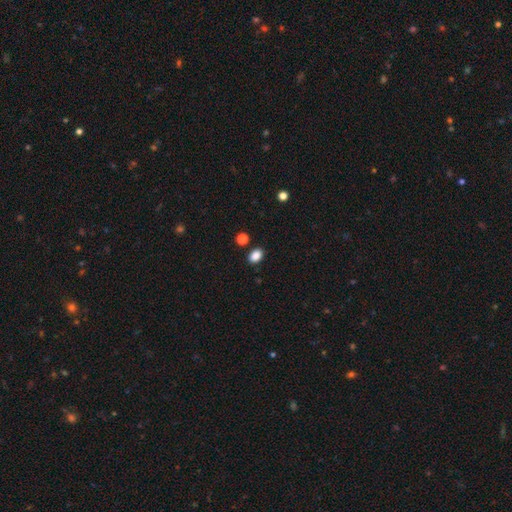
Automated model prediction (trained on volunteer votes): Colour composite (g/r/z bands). It shows a smooth galaxy with no disk features (87%) that is in between round and cigar-shaped (79%). Merging: none (86%).